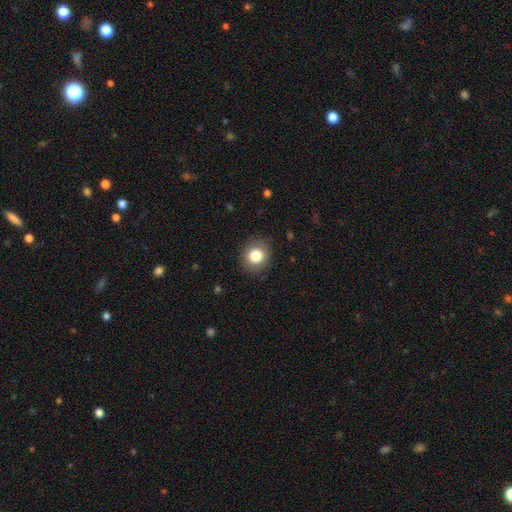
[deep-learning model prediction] A smooth galaxy with no disk features (82%) that is round (84%).

Vote fractions:
- Smooth or featured? smooth: 82% / star or artifact: 10% / featured or disk: 9%
- How rounded? round: 84% / in between: 16% / cigar-shaped: 1%
- Merging? none: 87% / minor disturbance: 9% / major disturbance: 3% / merger: 1%